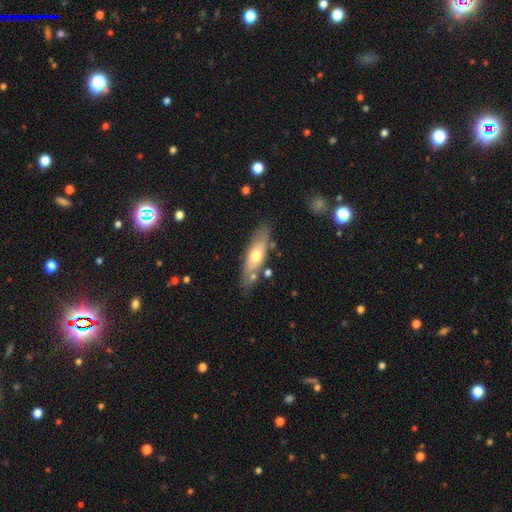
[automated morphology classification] A smooth galaxy with no disk features (50%).

Vote fractions:
- Smooth or featured? smooth: 50% / featured or disk: 44% / star or artifact: 6%
- Merging? none: 73% / minor disturbance: 16% / merger: 7% / major disturbance: 4%